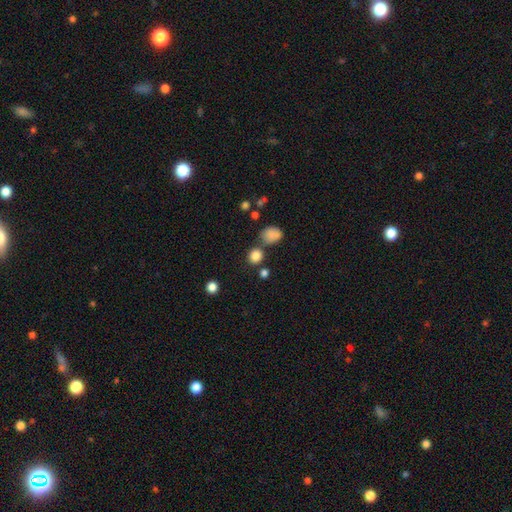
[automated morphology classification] Smooth or featured?
  - smooth: 83% *
  - star or artifact: 13%
  - featured or disk: 5%
How rounded?
  - round: 84% *
  - in between: 15%
  - cigar-shaped: 1%
Merging?
  - none: 70% *
  - merger: 16%
  - minor disturbance: 10%
  - major disturbance: 4%